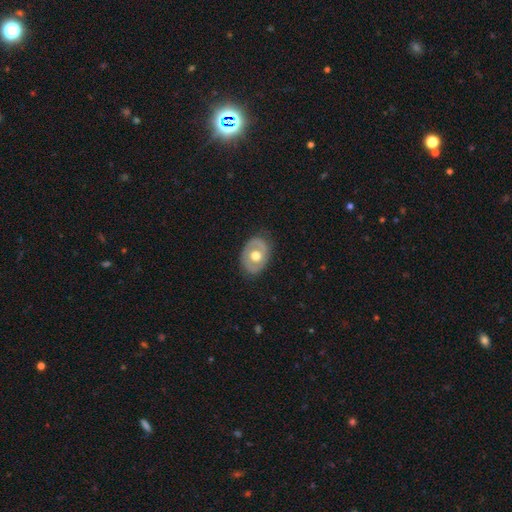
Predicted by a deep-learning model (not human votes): smooth-or-featured: featured or disk: 51% | smooth: 44% | star or artifact: 6%
  disk-edge-on: no: 93% | yes: 7%
  merging: none: 79% | minor disturbance: 15% | major disturbance: 4% | merger: 1%